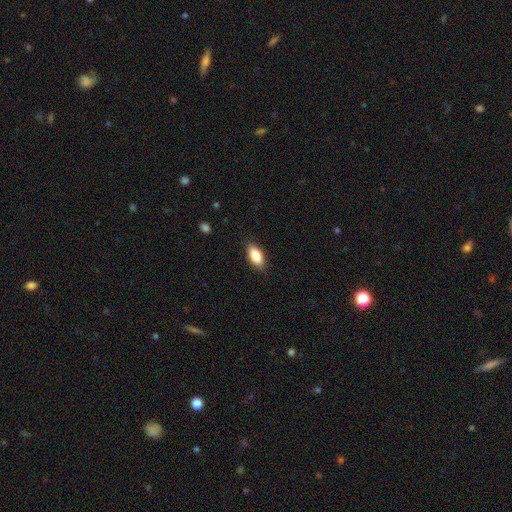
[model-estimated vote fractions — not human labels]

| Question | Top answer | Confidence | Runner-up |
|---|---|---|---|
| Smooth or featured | smooth | 84% | featured or disk (9%) |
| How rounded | in between | 87% | cigar-shaped (10%) |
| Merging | none | 85% | minor disturbance (12%) |